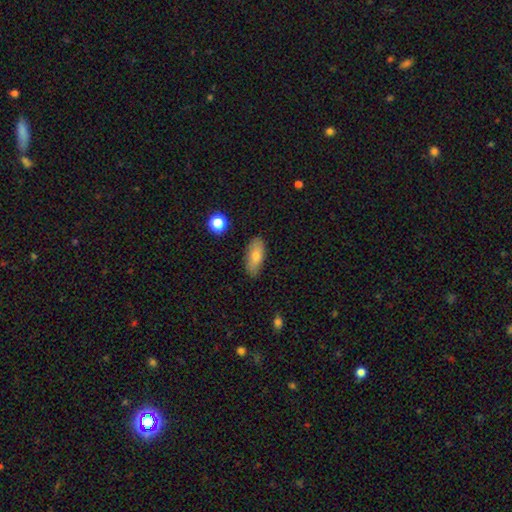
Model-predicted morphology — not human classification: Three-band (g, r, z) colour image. It shows a smooth galaxy with no disk features (77%) that is in between round and cigar-shaped (83%). Merging: none (85%).